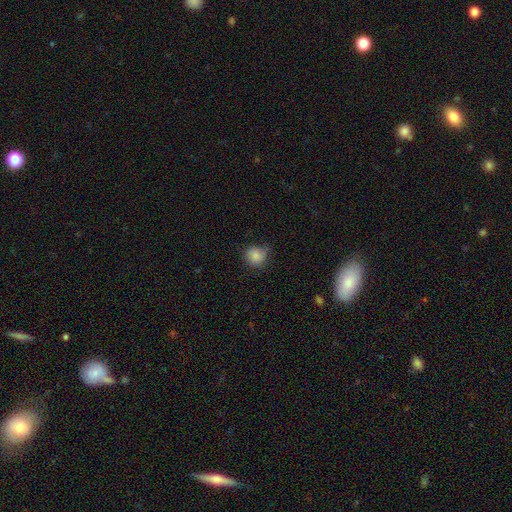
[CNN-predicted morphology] Smooth or featured? smooth (84%)
How rounded? round (86%)
Merging? none (69%)